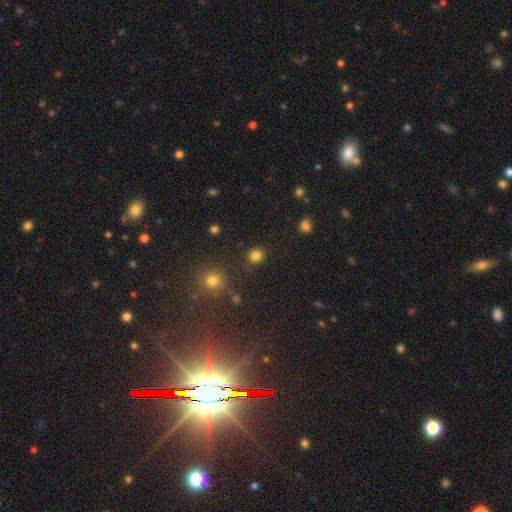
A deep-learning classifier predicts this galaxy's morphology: Smooth or featured?
  - smooth: 82% *
  - star or artifact: 14%
  - featured or disk: 4%
How rounded?
  - round: 84% *
  - in between: 15%
  - cigar-shaped: 1%
Merging?
  - none: 87% *
  - minor disturbance: 8%
  - merger: 3%
  - major disturbance: 3%